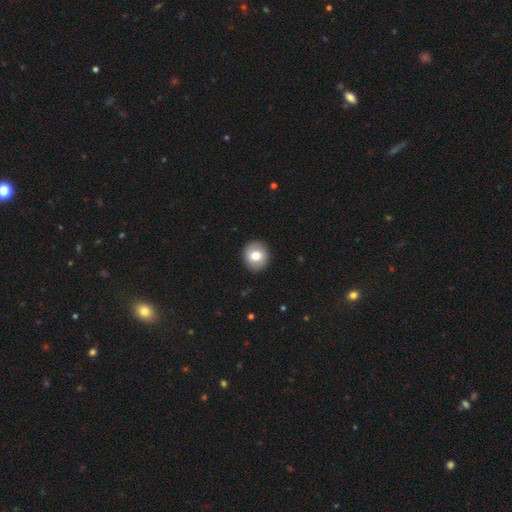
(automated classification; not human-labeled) Q: Smooth or featured?
A: smooth (76%); runner-up: featured or disk (16%)
Q: How rounded?
A: round (86%); runner-up: in between (13%)
Q: Merging?
A: none (91%); runner-up: minor disturbance (6%)